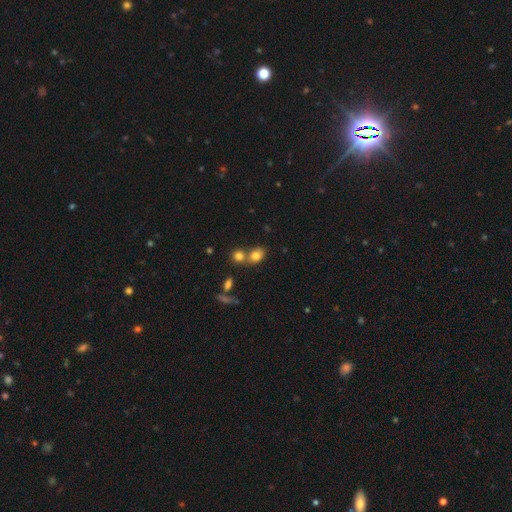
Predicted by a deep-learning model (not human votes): Smooth or featured?
  - smooth: 79% *
  - star or artifact: 11%
  - featured or disk: 10%
How rounded?
  - in between: 58% *
  - round: 41%
  - cigar-shaped: 2%
Merging?
  - none: 44% *
  - merger: 43%
  - minor disturbance: 9%
  - major disturbance: 4%